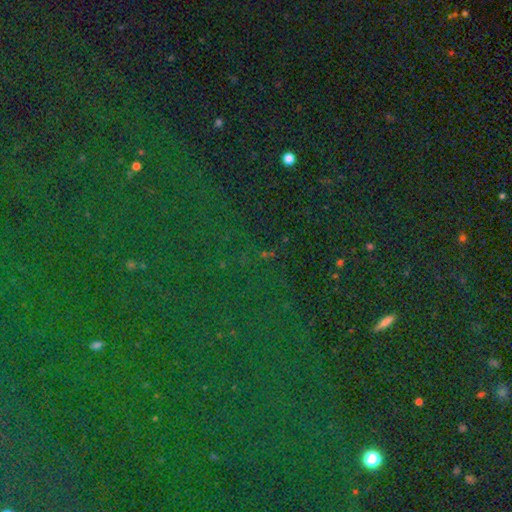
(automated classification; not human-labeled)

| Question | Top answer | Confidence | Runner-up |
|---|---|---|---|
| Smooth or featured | star or artifact | 83% | smooth (10%) |